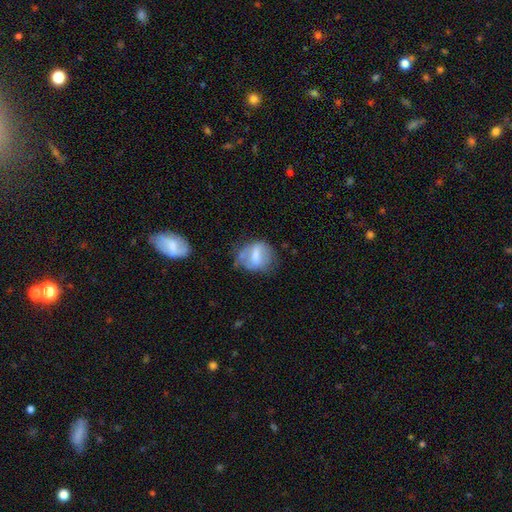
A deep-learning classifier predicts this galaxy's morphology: This appears to be a smooth galaxy with no disk features (52%) that is in between round and cigar-shaped (50%). Merging: none (44%).